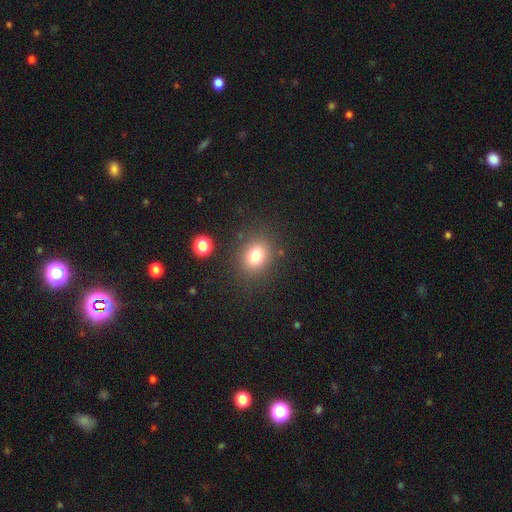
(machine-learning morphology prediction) The model was most divided on "how rounded": round: 61%, in between: 38%, cigar-shaped: 1%. More confident: merging — none (84%); smooth or featured — smooth (78%).